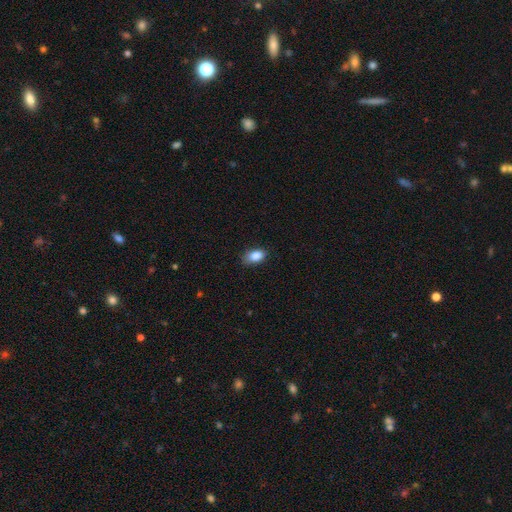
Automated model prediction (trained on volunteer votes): smooth-or-featured: smooth: 86% | star or artifact: 8% | featured or disk: 6%
  how-rounded: in between: 89% | round: 9% | cigar-shaped: 2%
  merging: none: 80% | minor disturbance: 16% | major disturbance: 3% | merger: 1%